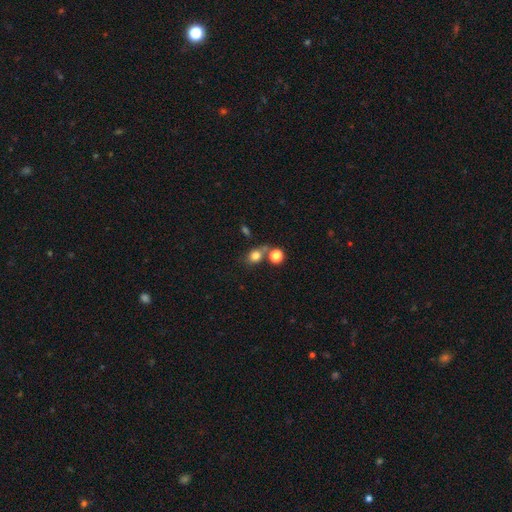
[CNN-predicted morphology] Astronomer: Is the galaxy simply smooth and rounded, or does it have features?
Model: smooth — 78%.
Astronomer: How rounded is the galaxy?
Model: round — 58% (runner-up: in between, 41%).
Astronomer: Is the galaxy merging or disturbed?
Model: none — 54%.